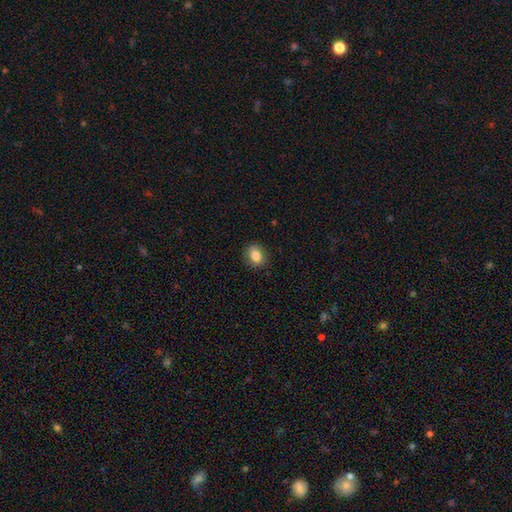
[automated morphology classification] smooth 83%, star or artifact 9%, featured or disk 8%. Down the decision tree: how rounded — in between (51%); merging — none (86%).